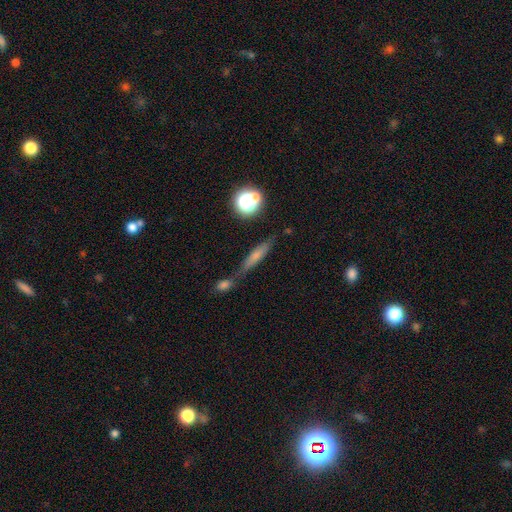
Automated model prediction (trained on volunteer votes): smooth 56%, featured or disk 28%, star or artifact 16%. Down the decision tree: how rounded — cigar-shaped (75%); merging — none (61%).